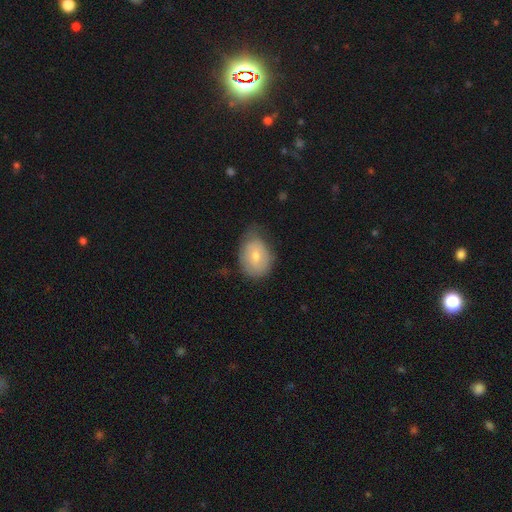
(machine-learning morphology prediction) Smooth or featured?
  - smooth: 63% *
  - featured or disk: 30%
  - star or artifact: 7%
How rounded?
  - in between: 66% *
  - round: 33%
  - cigar-shaped: 1%
Merging?
  - none: 55% *
  - minor disturbance: 35%
  - major disturbance: 9%
  - merger: 1%